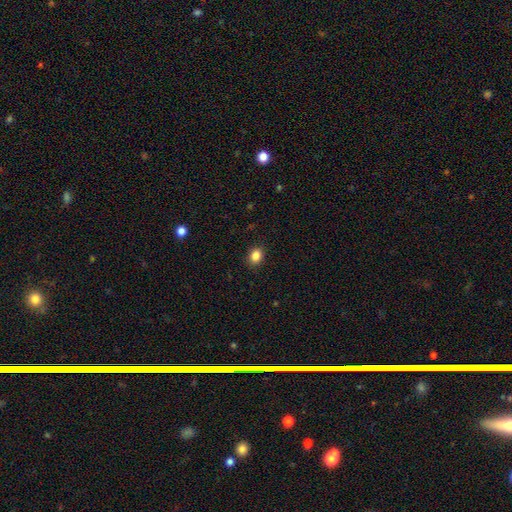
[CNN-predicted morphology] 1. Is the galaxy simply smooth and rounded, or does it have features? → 85% smooth, 10% star or artifact, 4% featured or disk.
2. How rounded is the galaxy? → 50% round, 49% in between, 1% cigar-shaped.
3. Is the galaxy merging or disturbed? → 90% none, 7% minor disturbance, 2% major disturbance, 1% merger.